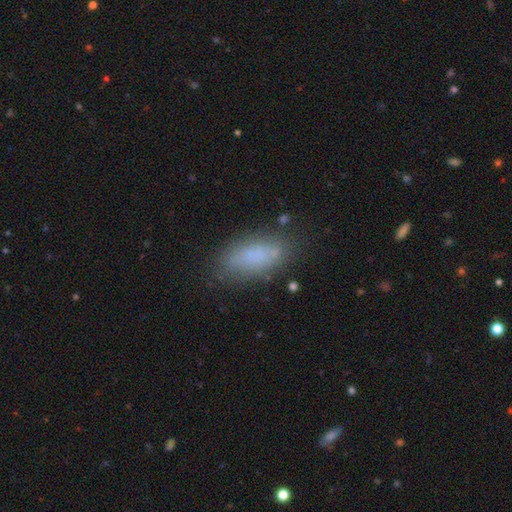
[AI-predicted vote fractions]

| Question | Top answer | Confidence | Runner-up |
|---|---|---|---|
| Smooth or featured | smooth | 76% | featured or disk (14%) |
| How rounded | in between | 82% | cigar-shaped (15%) |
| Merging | none | 74% | minor disturbance (18%) |